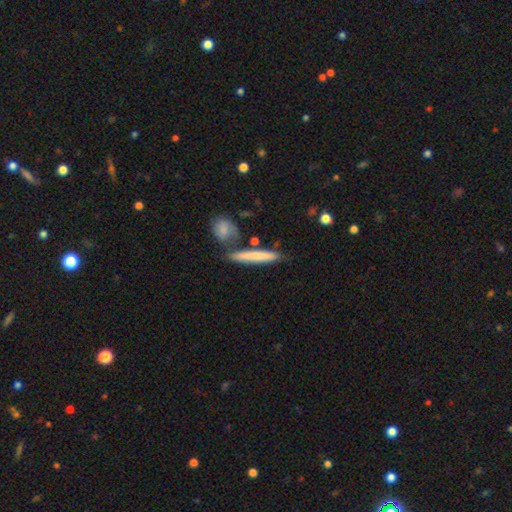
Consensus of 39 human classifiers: Smooth or featured?
  - smooth: 85% *
  - featured or disk: 8%
  - star or artifact: 8%
How rounded?
  - cigar-shaped: 91% *
  - in between: 6%
  - round: 3%
Merging?
  - none: 81% *
  - minor disturbance: 11%
  - merger: 8%
  - major disturbance: 0%